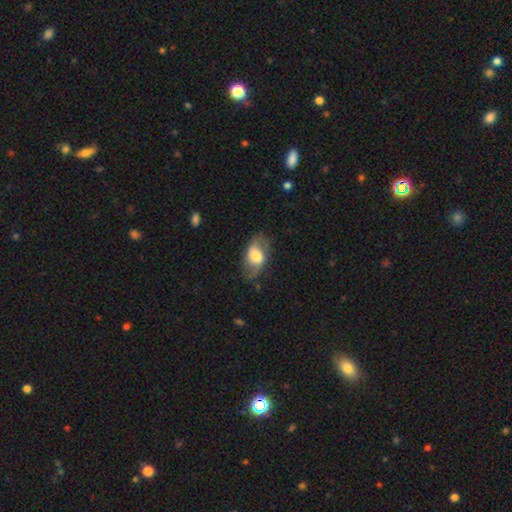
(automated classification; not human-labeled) Smooth or featured? featured or disk (48%)
Merging? none (69%)